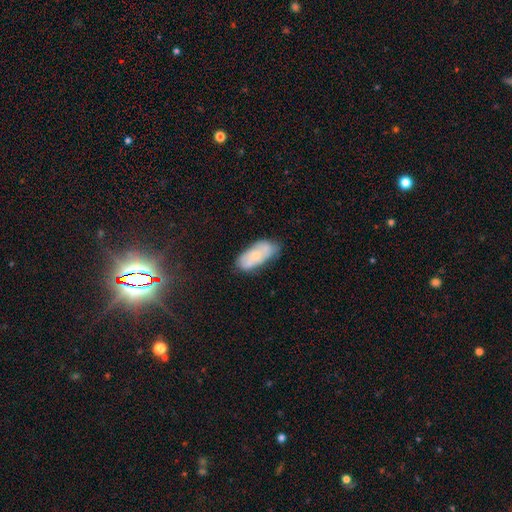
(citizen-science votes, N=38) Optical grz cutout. It shows a featured or disk galaxy (50%) with no bar (69%), no spiral arms (75%) and a small central bulge (44%). Merging: none (51%).